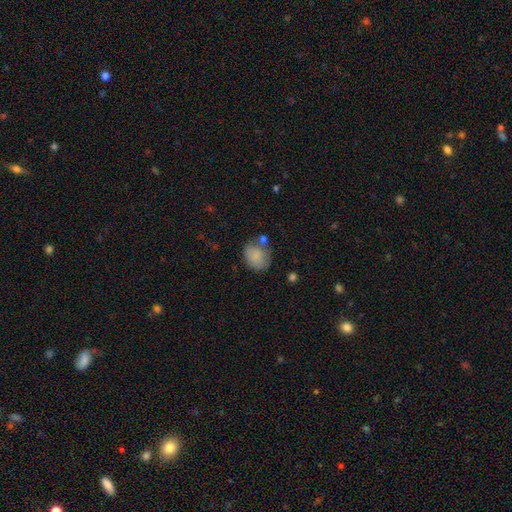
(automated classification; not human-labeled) This appears to be a smooth galaxy with no disk features (83%) that is round (51%). Merging: none (58%).